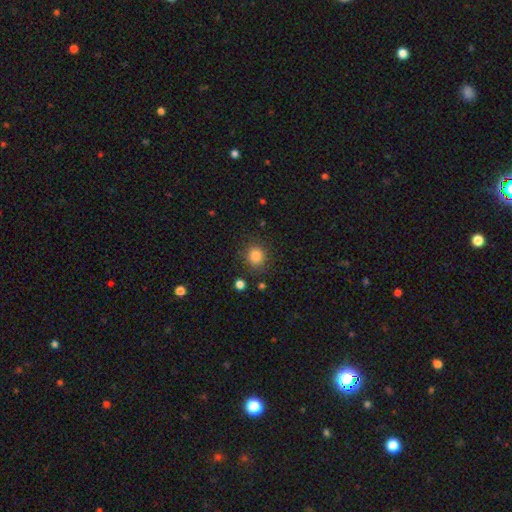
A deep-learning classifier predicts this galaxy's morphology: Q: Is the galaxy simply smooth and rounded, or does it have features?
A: smooth — 84%.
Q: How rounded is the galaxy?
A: round — 86%.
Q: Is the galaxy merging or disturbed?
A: none — 85%.